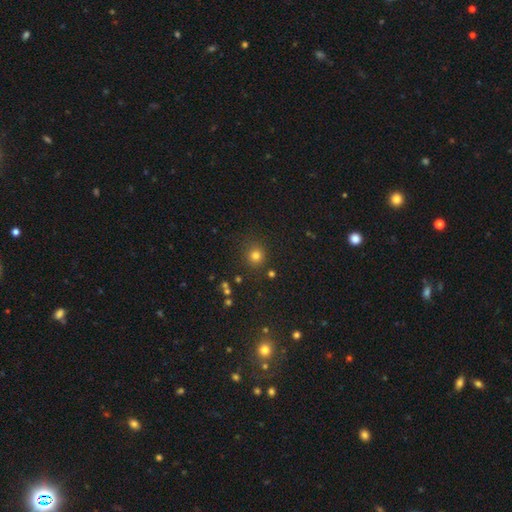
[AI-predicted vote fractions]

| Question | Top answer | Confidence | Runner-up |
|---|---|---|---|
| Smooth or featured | smooth | 78% | star or artifact (17%) |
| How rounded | round | 91% | in between (8%) |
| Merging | none | 85% | minor disturbance (9%) |